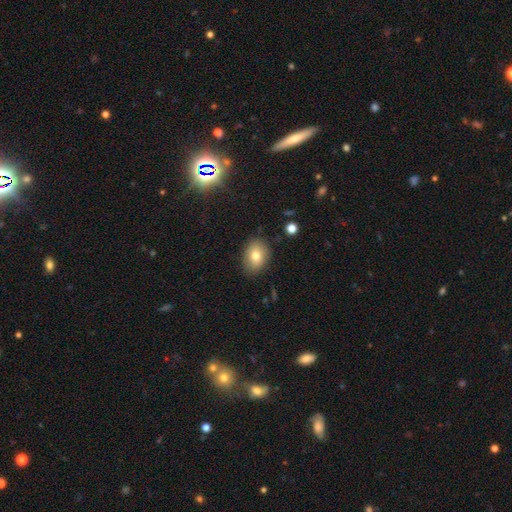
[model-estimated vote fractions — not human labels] smooth 76%, featured or disk 15%, star or artifact 9%. Down the decision tree: how rounded — in between (76%); merging — none (83%).